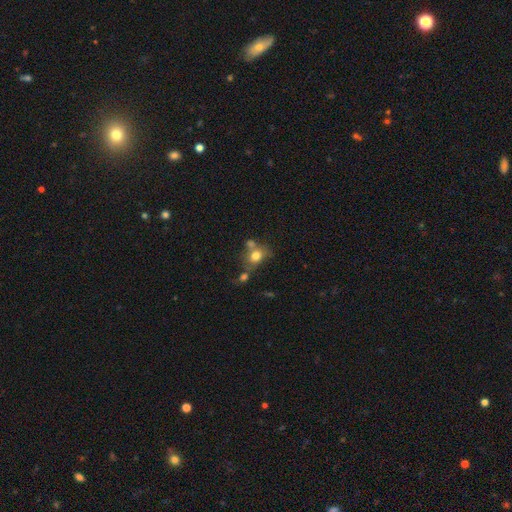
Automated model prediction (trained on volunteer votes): The model was most divided on "merging": none: 43%, merger: 32%, minor disturbance: 16%, major disturbance: 9%. More confident: smooth or featured — smooth (73%); how rounded — round (55%).